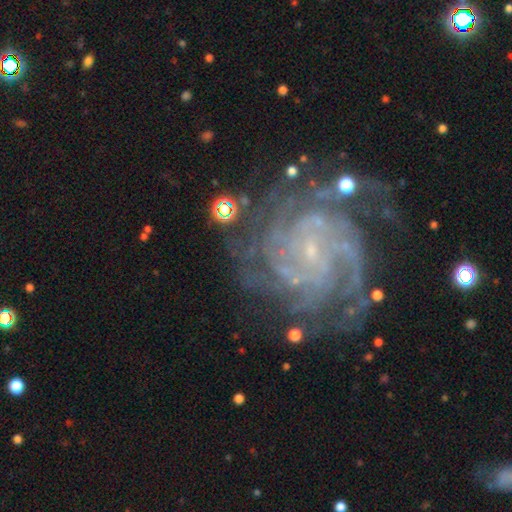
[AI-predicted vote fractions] A featured or disk galaxy (88%) with no bar (57%), 4 (27%) tight (69%) spiral arms (98%) and a small central bulge (84%). Merging: none (70%).